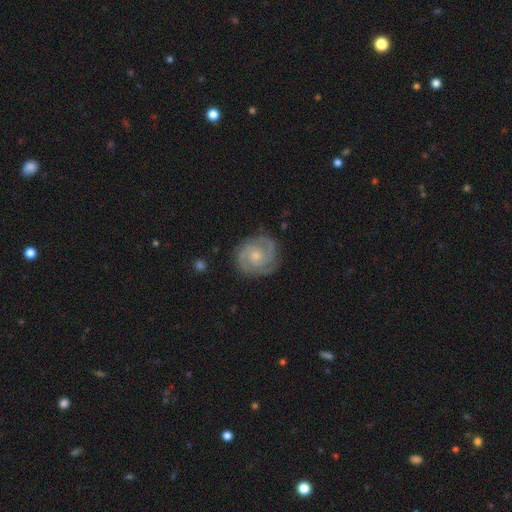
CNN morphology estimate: Overall: featured or disk (88%). Edge-on disk: no (98%). Bar: no (71%). Spiral arms: yes (98%). Spiral arm count: 2 (54%; 3 28%). Spiral winding: tight (64%; medium 32%). Bulge size: small (59%; moderate 35%). Merging: none (82%).